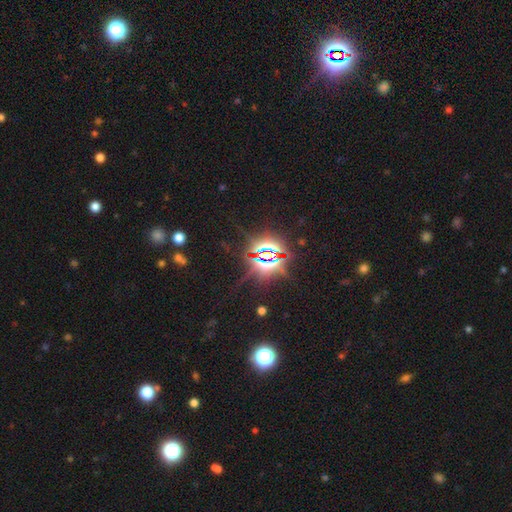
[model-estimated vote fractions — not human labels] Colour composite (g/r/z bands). It shows a star or artifact, not a galaxy (84%).